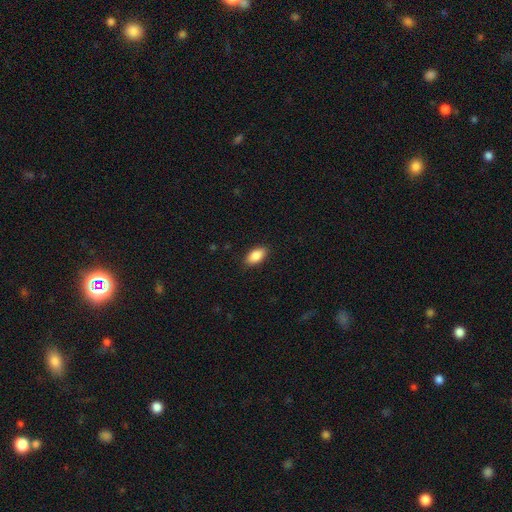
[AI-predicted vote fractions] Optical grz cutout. It shows a smooth galaxy with no disk features (87%) that is in between round and cigar-shaped (92%). Merging: none (88%).